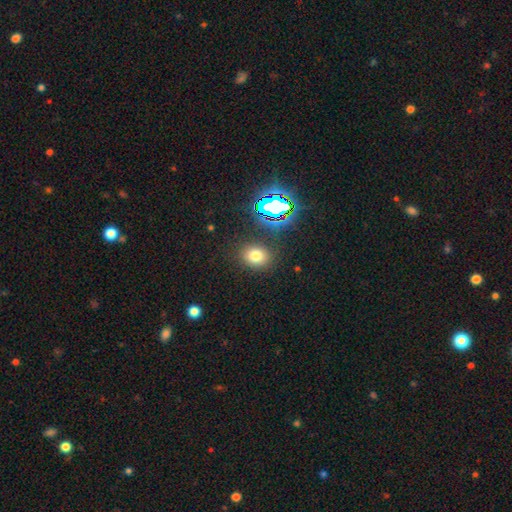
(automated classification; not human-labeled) This appears to be a smooth galaxy with no disk features (72%) that is in between round and cigar-shaped (50%). Merging: none (86%).